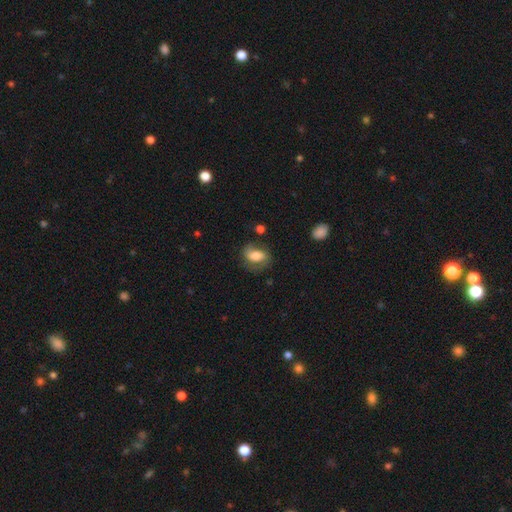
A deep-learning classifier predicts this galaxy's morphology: smooth 50%, featured or disk 42%, star or artifact 8%. Down the decision tree: merging — none (63%).